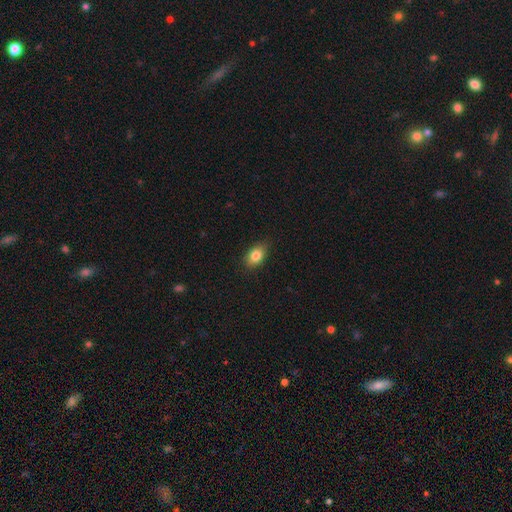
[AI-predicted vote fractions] Smooth or featured? smooth (82%)
How rounded? in between (81%)
Merging? none (83%)